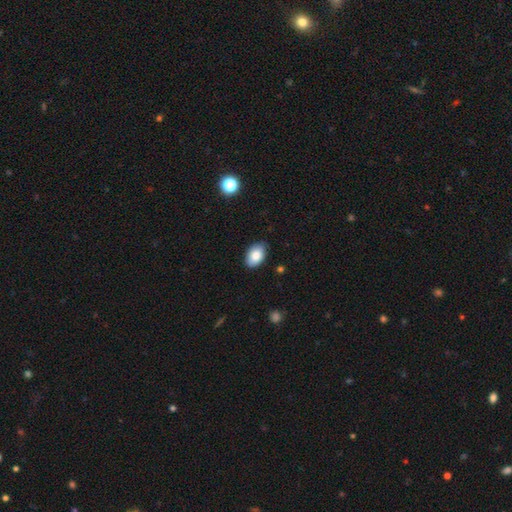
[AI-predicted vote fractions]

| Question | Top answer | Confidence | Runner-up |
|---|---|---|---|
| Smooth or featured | smooth | 84% | featured or disk (9%) |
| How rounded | in between | 90% | round (9%) |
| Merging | none | 82% | minor disturbance (15%) |